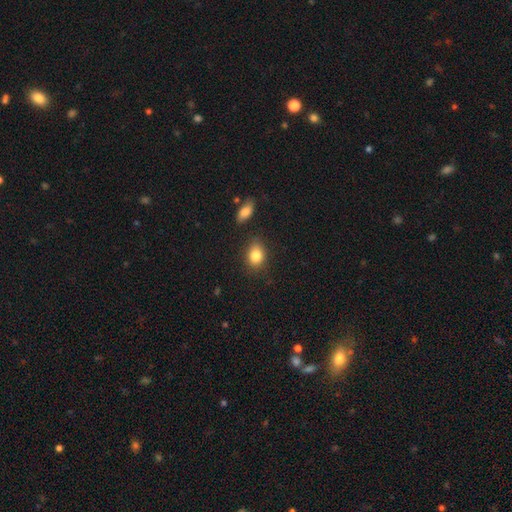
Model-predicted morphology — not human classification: The model was most divided on "how rounded": in between: 65%, round: 34%, cigar-shaped: 1%. More confident: smooth or featured — smooth (84%); merging — none (80%).